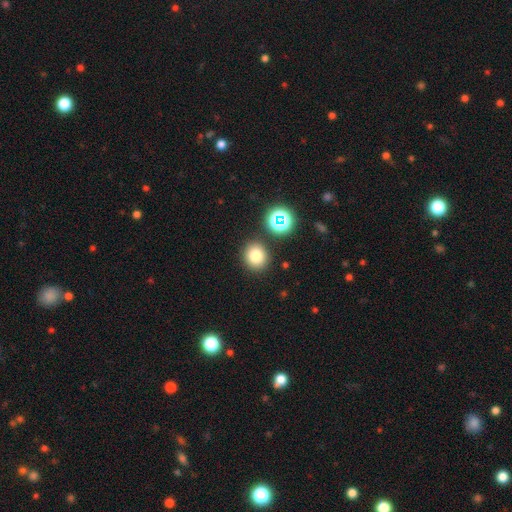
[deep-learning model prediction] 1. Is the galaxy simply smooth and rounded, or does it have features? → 76% smooth, 16% star or artifact, 8% featured or disk.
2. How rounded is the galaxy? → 82% round, 18% in between, 1% cigar-shaped.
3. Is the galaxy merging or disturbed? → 85% none, 8% minor disturbance, 5% merger, 3% major disturbance.